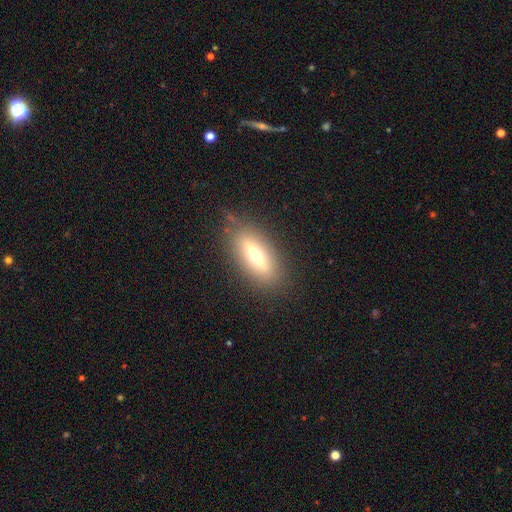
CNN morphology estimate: Q: Smooth or featured?
A: featured or disk (54%); runner-up: smooth (37%)
Q: Edge-on disk?
A: yes (78%); runner-up: no (22%)
Q: Merging?
A: none (82%); runner-up: minor disturbance (12%)